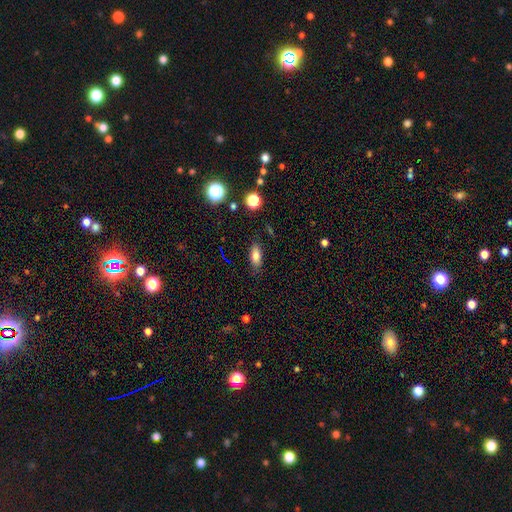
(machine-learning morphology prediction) smooth 79%, featured or disk 11%, star or artifact 10%. Down the decision tree: how rounded — in between (80%); merging — none (82%).